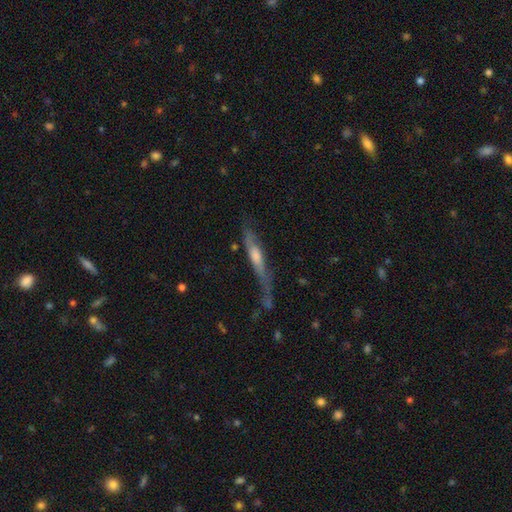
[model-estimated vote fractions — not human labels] This is possibly a featured or disk galaxy (58%). It is likely viewed edge-on (79%). Merging: possibly none (47%).